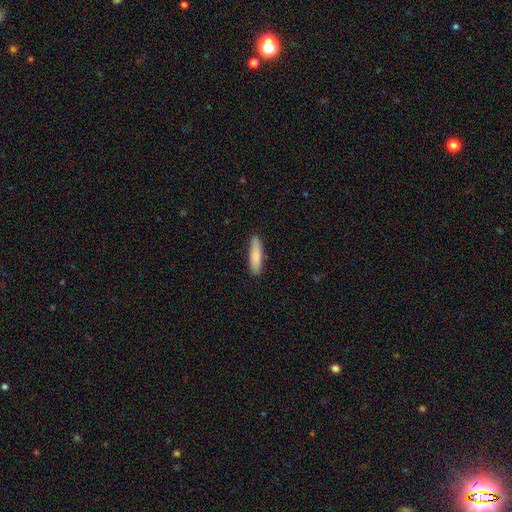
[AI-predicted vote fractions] Smooth or featured?
  - smooth: 85% *
  - featured or disk: 9%
  - star or artifact: 5%
How rounded?
  - cigar-shaped: 78% *
  - in between: 20%
  - round: 1%
Merging?
  - none: 87% *
  - minor disturbance: 10%
  - major disturbance: 2%
  - merger: 1%